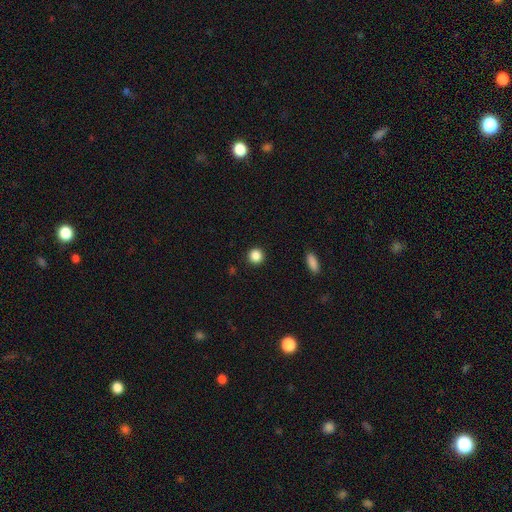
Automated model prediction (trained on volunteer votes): Smooth or featured?
  - smooth: 87% *
  - star or artifact: 10%
  - featured or disk: 3%
How rounded?
  - round: 94% *
  - in between: 5%
  - cigar-shaped: 1%
Merging?
  - none: 92% *
  - minor disturbance: 5%
  - major disturbance: 2%
  - merger: 1%